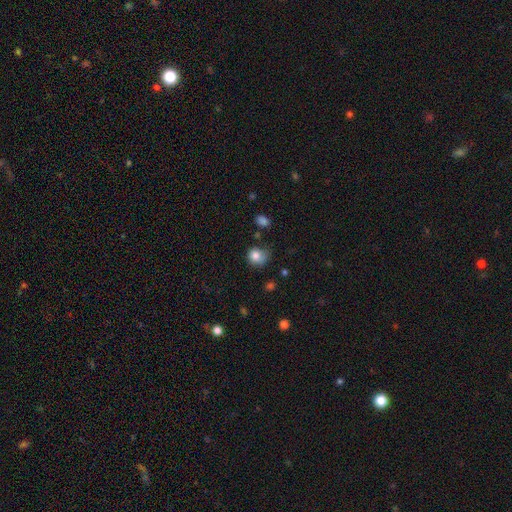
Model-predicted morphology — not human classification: Q: Smooth or featured?
A: smooth (83%); runner-up: star or artifact (10%)
Q: How rounded?
A: round (73%); runner-up: in between (26%)
Q: Merging?
A: none (50%); runner-up: minor disturbance (34%)